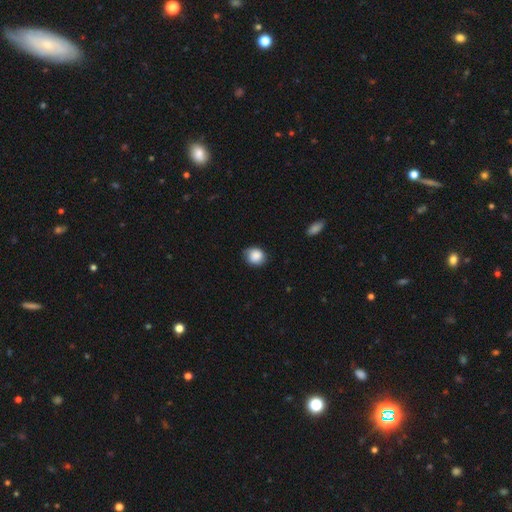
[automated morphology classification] smooth_or_featured: smooth (p=0.85) [alt: star or artifact p=0.08]
how_rounded: round (p=0.74) [alt: in between p=0.25]
merging: none (p=0.70) [alt: minor disturbance p=0.24]